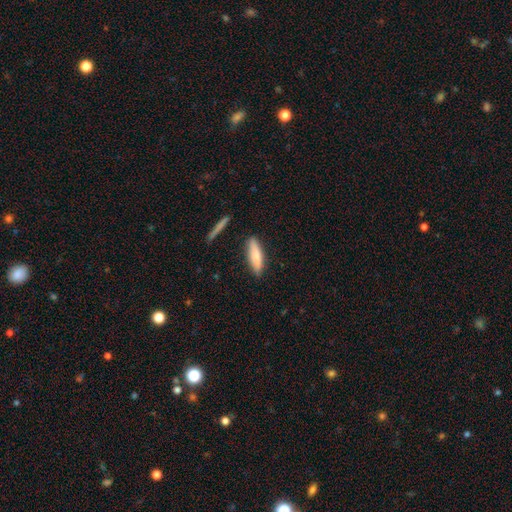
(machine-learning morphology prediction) smooth 80%, featured or disk 15%, star or artifact 6%. Down the decision tree: how rounded — cigar-shaped (58%); merging — none (84%).